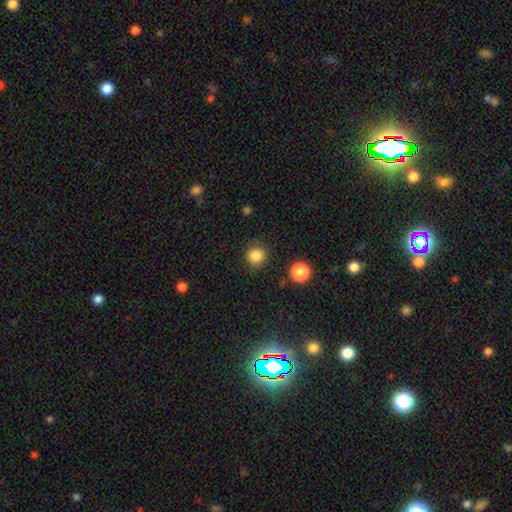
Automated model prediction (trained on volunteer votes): Q: Smooth or featured?
A: smooth (85%); runner-up: star or artifact (11%)
Q: How rounded?
A: round (90%); runner-up: in between (9%)
Q: Merging?
A: none (86%); runner-up: minor disturbance (9%)